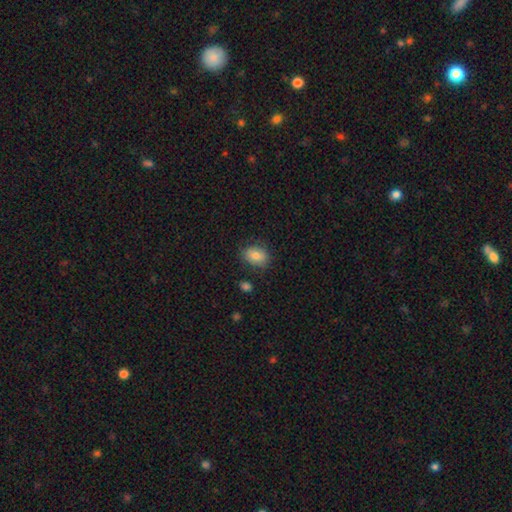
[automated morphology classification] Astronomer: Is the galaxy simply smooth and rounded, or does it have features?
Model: smooth — 79%.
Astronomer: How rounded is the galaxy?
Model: in between — 65%.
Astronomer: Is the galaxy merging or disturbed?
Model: none — 77%.